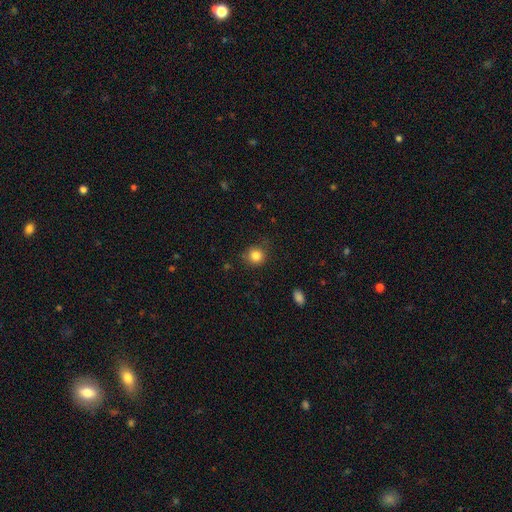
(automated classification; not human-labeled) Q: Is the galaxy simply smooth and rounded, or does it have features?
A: smooth — 84%.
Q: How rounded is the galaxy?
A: round — 91%.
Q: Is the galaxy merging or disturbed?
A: none — 86%.